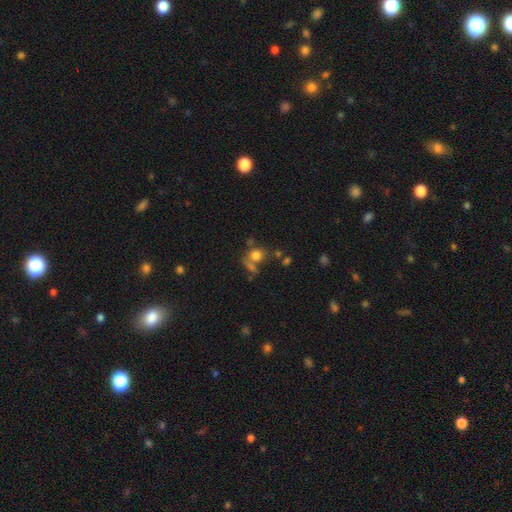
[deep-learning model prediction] Overall: smooth (75%). How rounded: round (75%). Merging: none (49%; merger 29%).